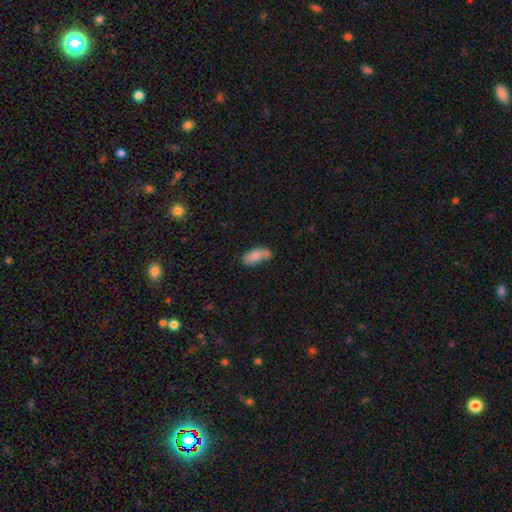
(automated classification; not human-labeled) smooth-or-featured: smooth: 81% | featured or disk: 12% | star or artifact: 7%
  how-rounded: in between: 87% | cigar-shaped: 11% | round: 2%
  merging: none: 52% | minor disturbance: 30% | merger: 9% | major disturbance: 9%